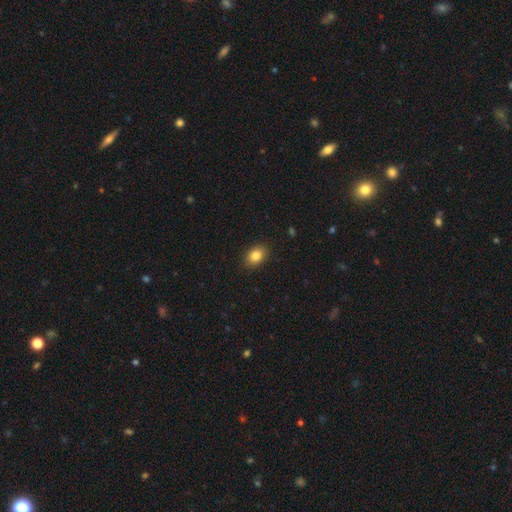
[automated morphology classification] A smooth galaxy with no disk features (84%) that is in between round and cigar-shaped (75%).

Vote fractions:
- Smooth or featured? smooth: 84% / star or artifact: 9% / featured or disk: 7%
- How rounded? in between: 75% / round: 24% / cigar-shaped: 1%
- Merging? none: 89% / minor disturbance: 8% / major disturbance: 2% / merger: 1%